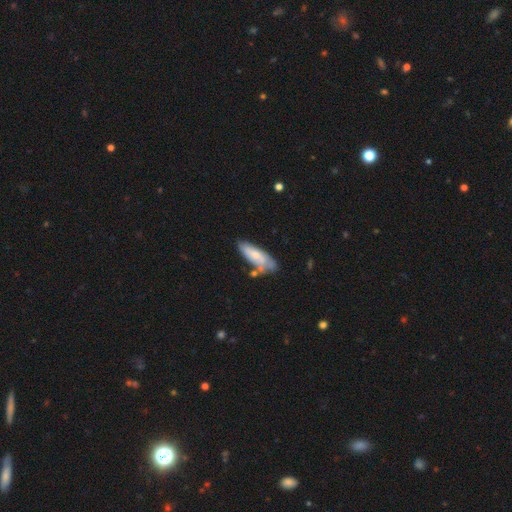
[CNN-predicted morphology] The model was most divided on "merging": none: 51%, minor disturbance: 27%, merger: 13%, major disturbance: 8%. More confident: smooth or featured — smooth (65%); how rounded — in between (63%).